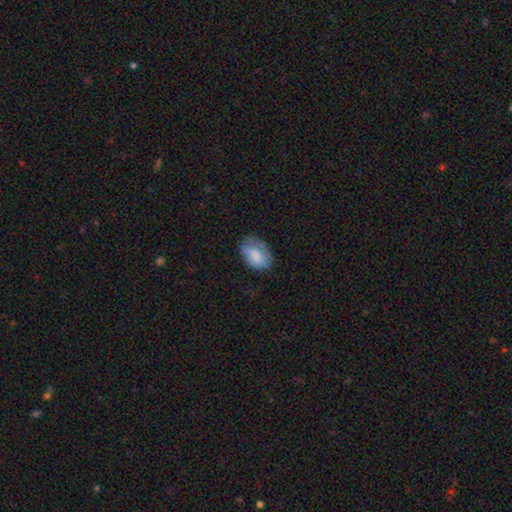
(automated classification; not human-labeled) Smooth or featured: smooth — 78% (featured or disk — 15%)
How rounded: in between — 87% (round — 12%)
Merging: none — 62% (minor disturbance — 28%)